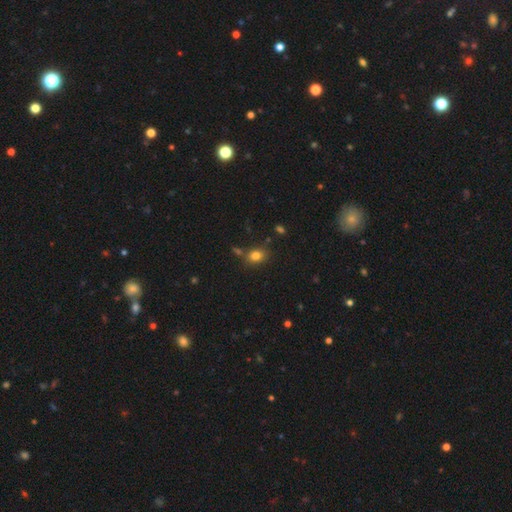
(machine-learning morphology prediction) A smooth galaxy with no disk features (81%) that is in between round and cigar-shaped (61%). Merging: none (74%).